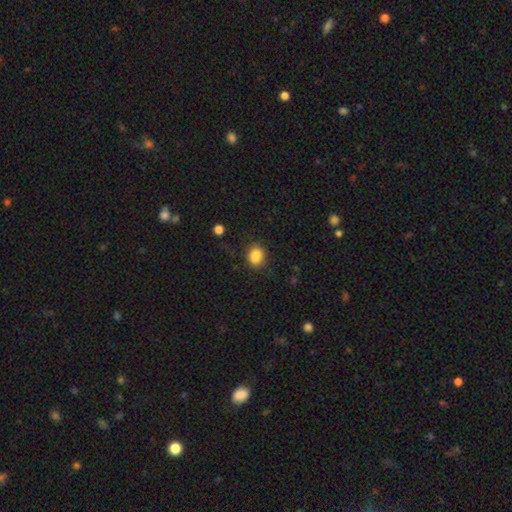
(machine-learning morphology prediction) Smooth or featured? Predicted: smooth (p=0.85). How rounded? Predicted: in between (p=0.54). Merging? Predicted: none (p=0.76).